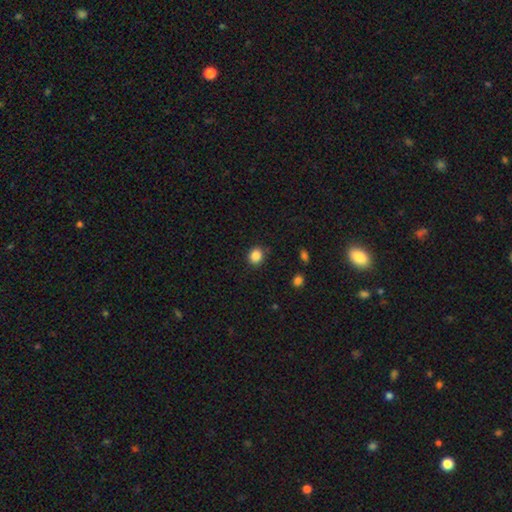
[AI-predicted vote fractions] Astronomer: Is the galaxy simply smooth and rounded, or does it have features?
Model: smooth — 86%.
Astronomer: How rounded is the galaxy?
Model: round — 76%.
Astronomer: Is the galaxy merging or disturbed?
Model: none — 86%.